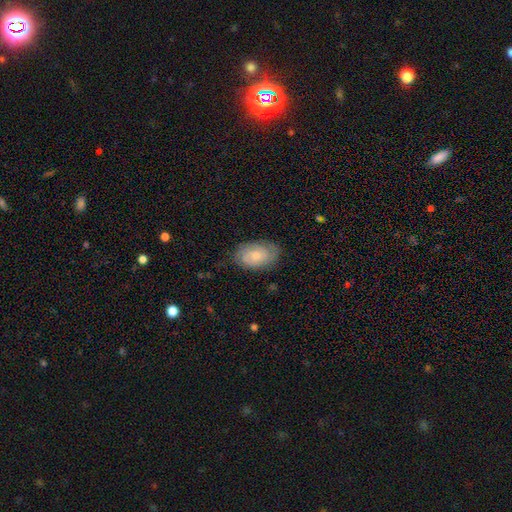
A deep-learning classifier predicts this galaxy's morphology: Overall: featured or disk (52%; smooth 41%). Edge-on disk: no (95%). Merging: none (76%).